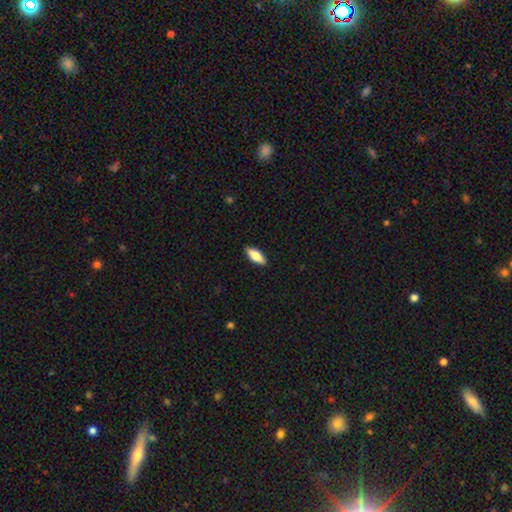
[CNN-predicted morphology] Smooth or featured?
  - smooth: 76% *
  - featured or disk: 18%
  - star or artifact: 6%
How rounded?
  - in between: 73% *
  - cigar-shaped: 24%
  - round: 2%
Merging?
  - none: 90% *
  - minor disturbance: 8%
  - major disturbance: 2%
  - merger: 1%